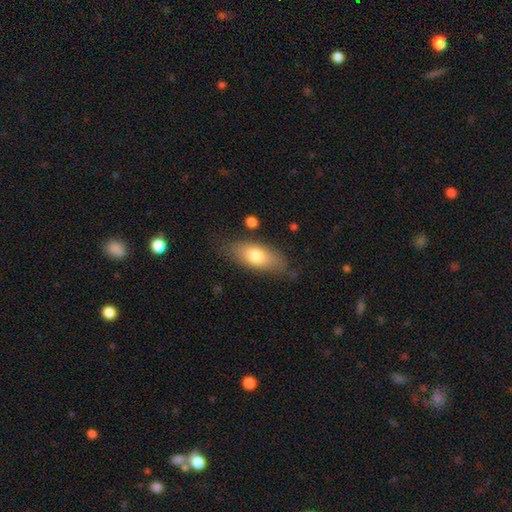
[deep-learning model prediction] The model was most divided on "merging": none: 73%, minor disturbance: 18%, major disturbance: 5%, merger: 3%. More confident: how rounded — in between (81%); smooth or featured — smooth (75%).